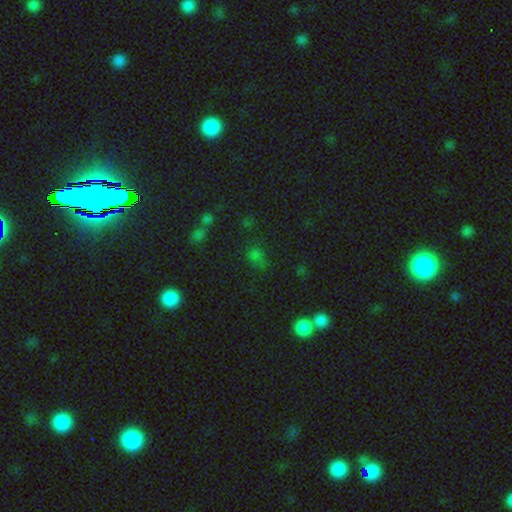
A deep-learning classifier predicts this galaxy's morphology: Smooth or featured?
  - smooth: 55% *
  - star or artifact: 38%
  - featured or disk: 8%
How rounded?
  - round: 63% *
  - in between: 35%
  - cigar-shaped: 2%
Merging?
  - none: 62% *
  - minor disturbance: 17%
  - merger: 12%
  - major disturbance: 9%